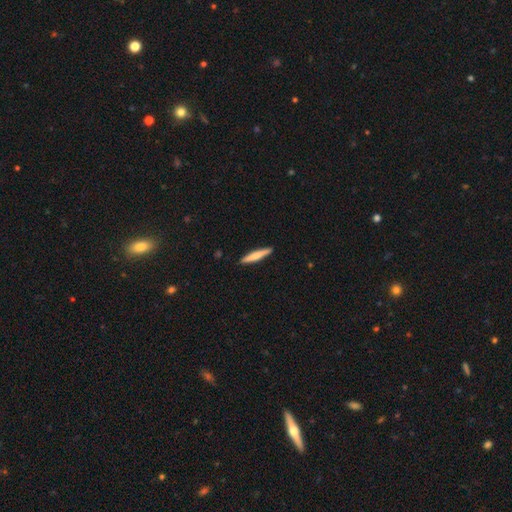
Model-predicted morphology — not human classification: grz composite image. It shows a smooth galaxy with no disk features (68%) that is cigar-shaped (93%). Merging: none (91%).